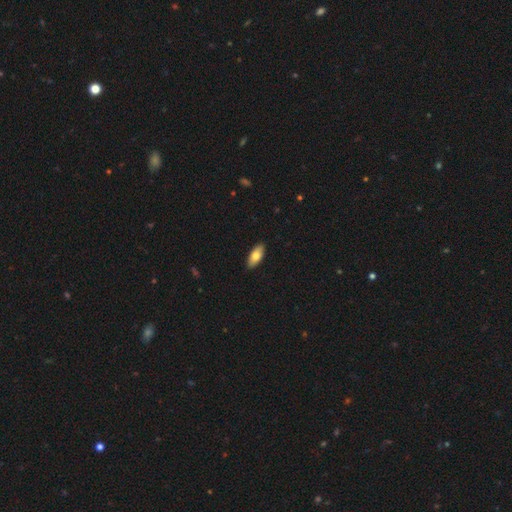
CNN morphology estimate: A smooth galaxy with no disk features (77%) that is in between round and cigar-shaped (84%). Merging: none (90%).